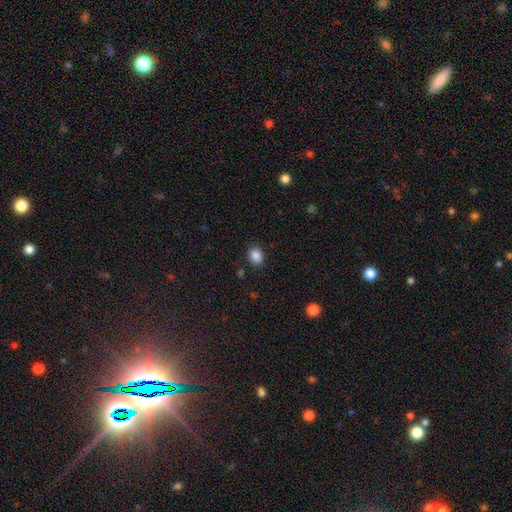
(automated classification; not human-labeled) Q: Smooth or featured?
A: smooth (86%); runner-up: star or artifact (10%)
Q: How rounded?
A: in between (57%); runner-up: round (42%)
Q: Merging?
A: none (87%); runner-up: minor disturbance (9%)